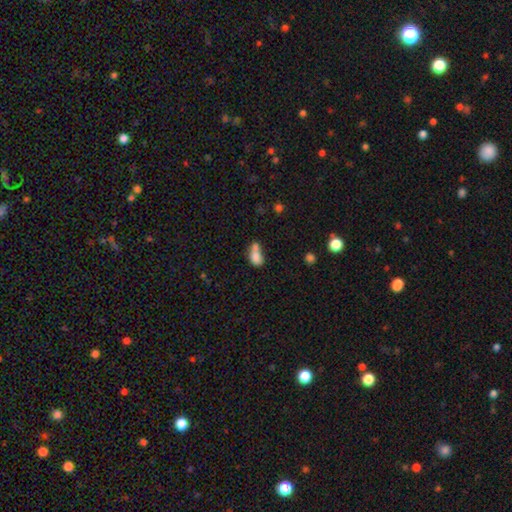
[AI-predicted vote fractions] smooth_or_featured: smooth (p=0.77) [alt: featured or disk p=0.13]
how_rounded: in between (p=0.80) [alt: round p=0.16]
merging: merger (p=0.57) [alt: none p=0.23]